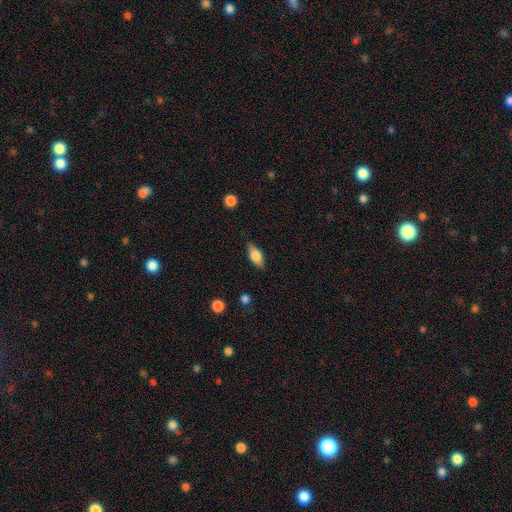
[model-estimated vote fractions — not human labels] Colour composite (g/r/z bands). It shows a smooth galaxy with no disk features (70%) that is in between round and cigar-shaped (80%). Merging: none (82%).